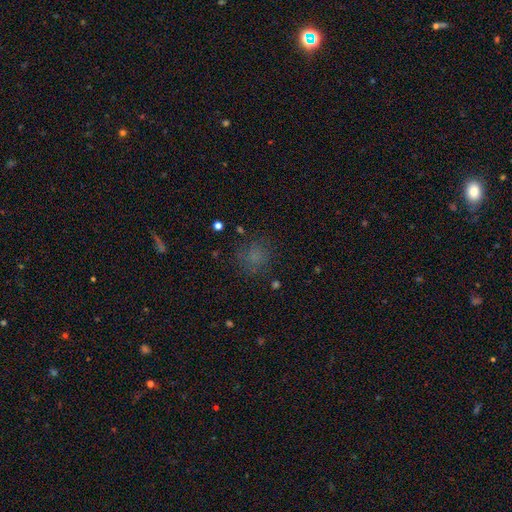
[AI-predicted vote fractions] smooth 66%, star or artifact 23%, featured or disk 11%. Down the decision tree: how rounded — round (84%); merging — none (75%).